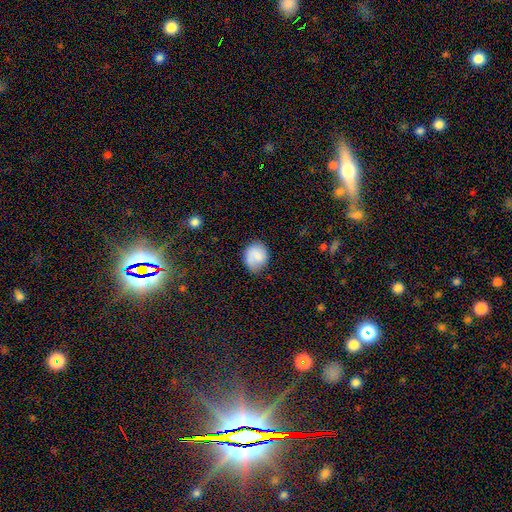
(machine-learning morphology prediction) This is likely a smooth galaxy (76%). How rounded: likely round (68%). Merging: likely none (66%).